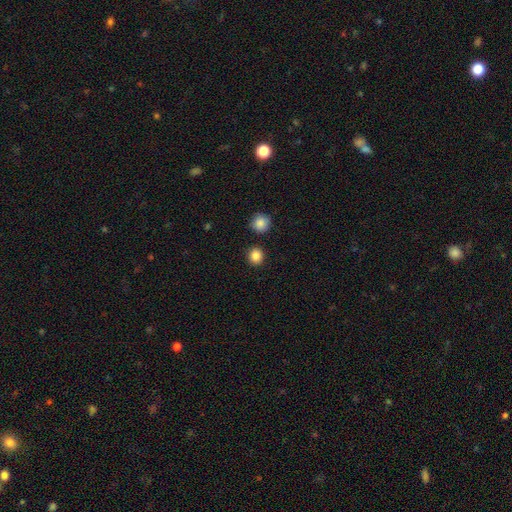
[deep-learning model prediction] Smooth or featured?
  - smooth: 86% *
  - star or artifact: 10%
  - featured or disk: 4%
How rounded?
  - round: 84% *
  - in between: 15%
  - cigar-shaped: 1%
Merging?
  - none: 88% *
  - minor disturbance: 6%
  - merger: 4%
  - major disturbance: 2%